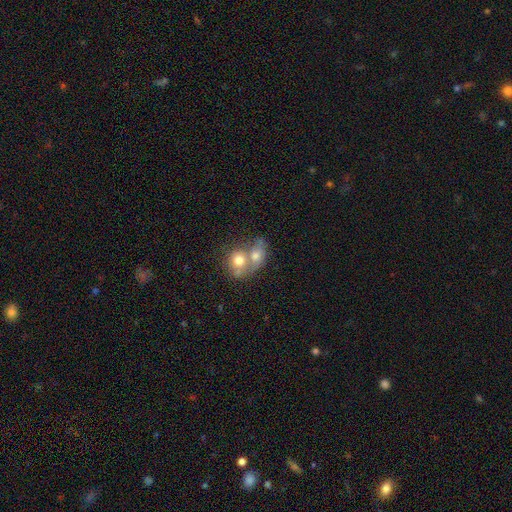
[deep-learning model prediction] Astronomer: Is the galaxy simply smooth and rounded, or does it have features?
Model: smooth — 68%.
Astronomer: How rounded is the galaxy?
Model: round — 52% (runner-up: in between, 46%).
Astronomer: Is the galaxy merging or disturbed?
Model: merger — 71%.